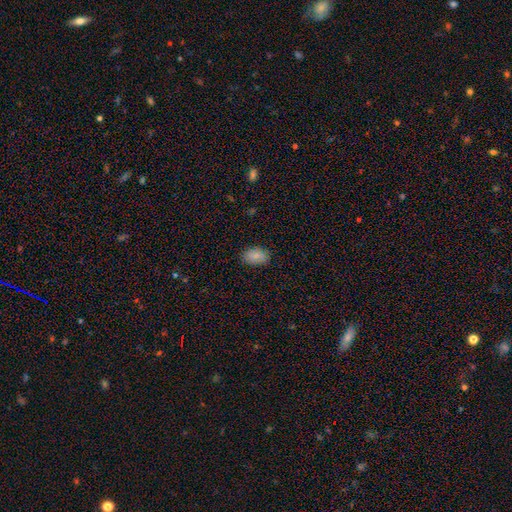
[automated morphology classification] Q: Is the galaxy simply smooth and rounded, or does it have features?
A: smooth — 84%.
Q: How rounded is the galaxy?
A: in between — 88%.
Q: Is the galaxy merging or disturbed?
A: none — 85%.